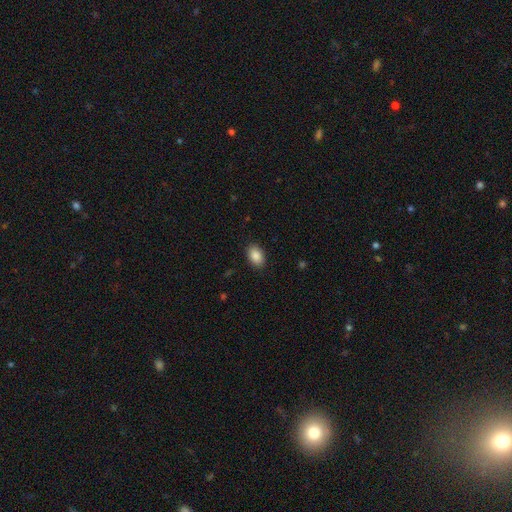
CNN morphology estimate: smooth_or_featured: smooth (p=0.88) [alt: star or artifact p=0.07]
how_rounded: in between (p=0.89) [alt: round p=0.10]
merging: none (p=0.88) [alt: minor disturbance p=0.08]